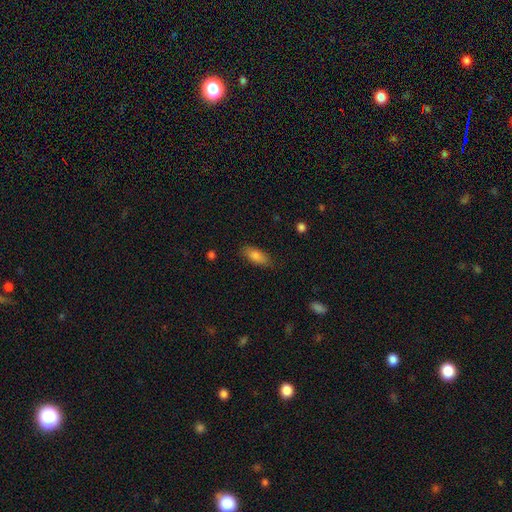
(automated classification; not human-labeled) Smooth or featured: smooth — 82% (featured or disk — 11%)
How rounded: in between — 78% (cigar-shaped — 20%)
Merging: none — 82% (minor disturbance — 14%)